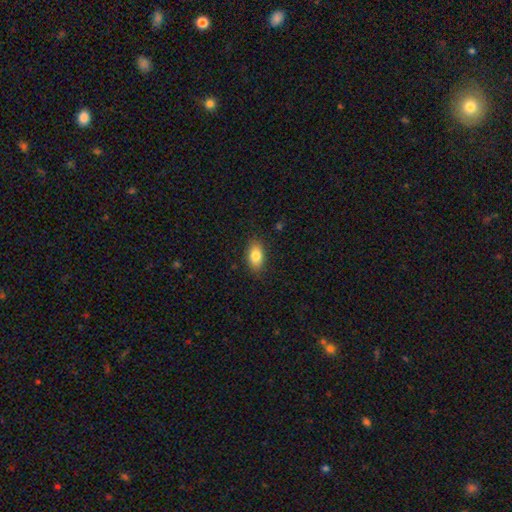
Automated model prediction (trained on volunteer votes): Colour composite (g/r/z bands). It shows a smooth galaxy with no disk features (83%) that is in between round and cigar-shaped (90%). Merging: none (87%).